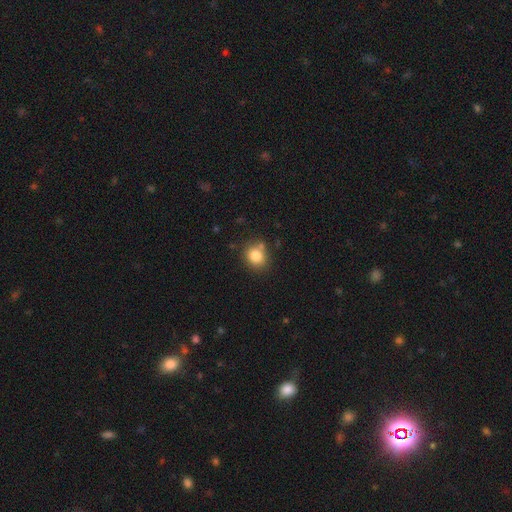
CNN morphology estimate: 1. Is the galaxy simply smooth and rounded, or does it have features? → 82% smooth, 11% star or artifact, 8% featured or disk.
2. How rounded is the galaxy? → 72% round, 27% in between, 1% cigar-shaped.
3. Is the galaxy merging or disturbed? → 70% none, 15% minor disturbance, 11% merger, 4% major disturbance.